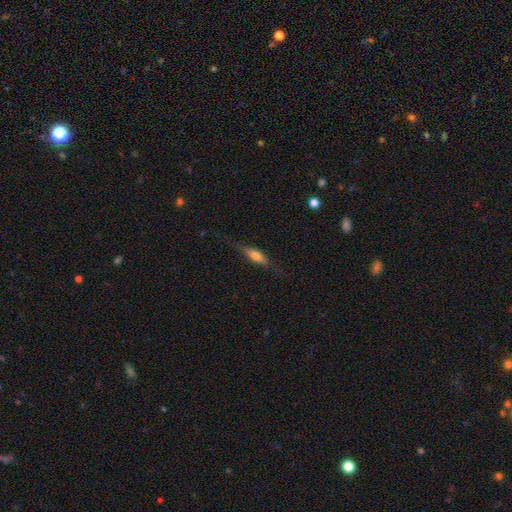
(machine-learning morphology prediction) Smooth or featured?
  - smooth: 48% *
  - featured or disk: 45%
  - star or artifact: 7%
Merging?
  - none: 76% *
  - minor disturbance: 17%
  - major disturbance: 6%
  - merger: 1%